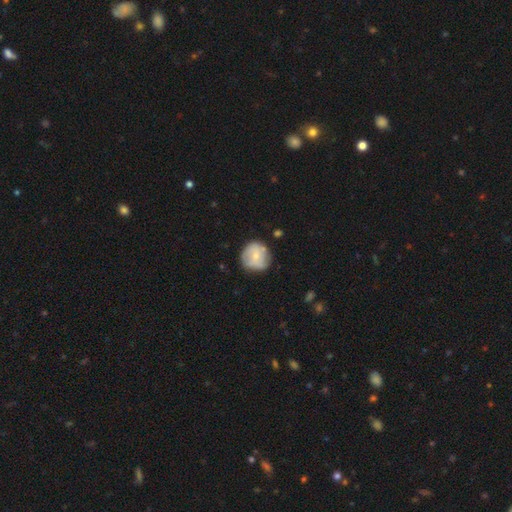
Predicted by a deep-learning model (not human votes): The model was most divided on "smooth or featured": smooth: 55%, featured or disk: 38%, star or artifact: 7%. More confident: how rounded — round (90%); merging — none (70%).